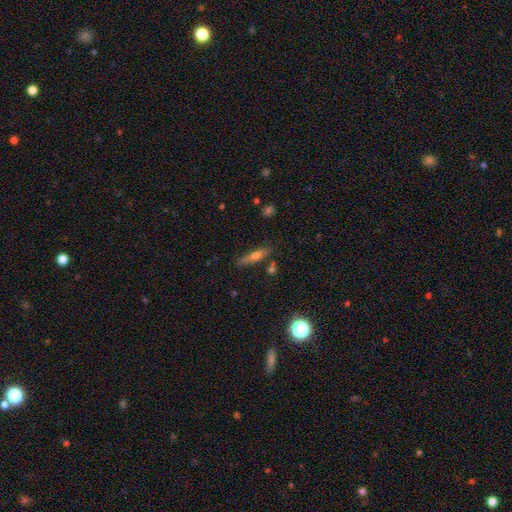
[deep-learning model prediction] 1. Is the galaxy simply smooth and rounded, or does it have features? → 51% smooth, 39% featured or disk, 10% star or artifact.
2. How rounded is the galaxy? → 80% cigar-shaped, 17% in between, 3% round.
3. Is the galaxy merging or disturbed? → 78% none, 14% minor disturbance, 5% merger, 3% major disturbance.